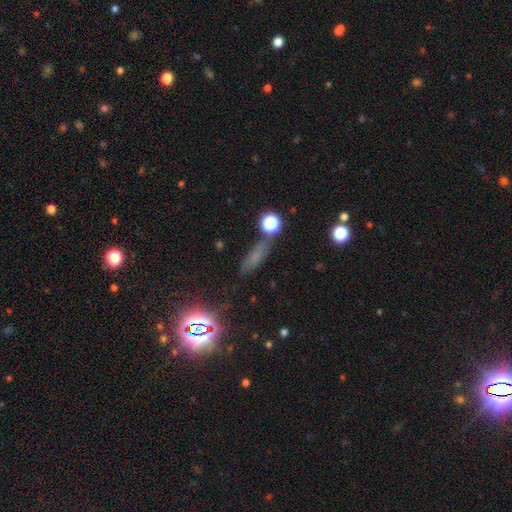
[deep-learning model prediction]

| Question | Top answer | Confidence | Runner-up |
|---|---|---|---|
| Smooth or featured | smooth | 55% | star or artifact (29%) |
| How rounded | cigar-shaped | 58% | in between (32%) |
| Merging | none | 65% | minor disturbance (19%) |